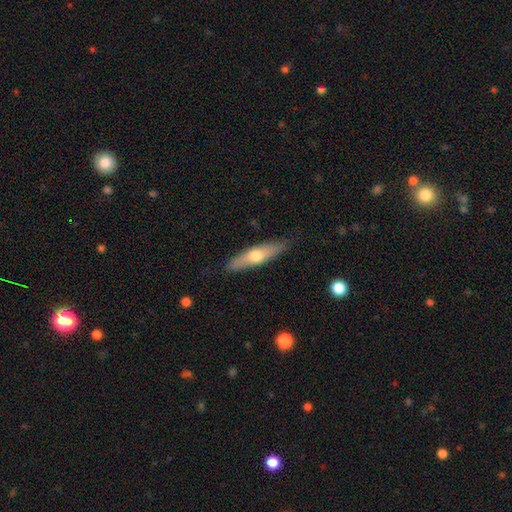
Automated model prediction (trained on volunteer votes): Q: Smooth or featured?
A: smooth (50%); runner-up: featured or disk (44%)
Q: How rounded?
A: cigar-shaped (76%); runner-up: in between (22%)
Q: Merging?
A: none (86%); runner-up: minor disturbance (11%)